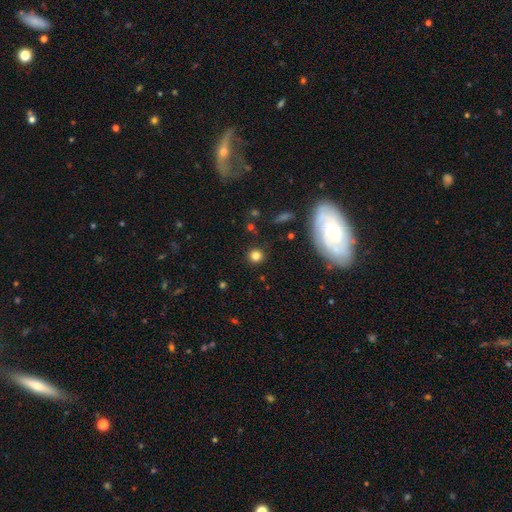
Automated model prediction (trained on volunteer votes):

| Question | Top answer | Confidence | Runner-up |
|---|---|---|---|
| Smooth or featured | smooth | 80% | star or artifact (13%) |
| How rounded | round | 91% | in between (8%) |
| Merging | none | 90% | minor disturbance (6%) |